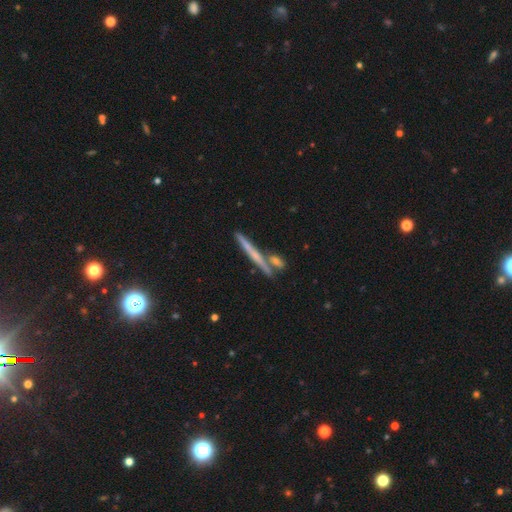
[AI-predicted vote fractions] This appears to be a featured or disk galaxy (52%) viewed edge-on (95%). Merging: none (73%).